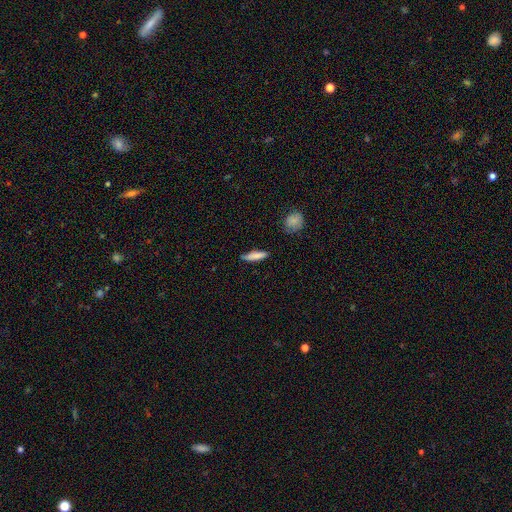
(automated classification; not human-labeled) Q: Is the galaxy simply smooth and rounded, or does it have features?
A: smooth — 81%.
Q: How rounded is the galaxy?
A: cigar-shaped — 75%.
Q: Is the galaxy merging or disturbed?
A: none — 83%.